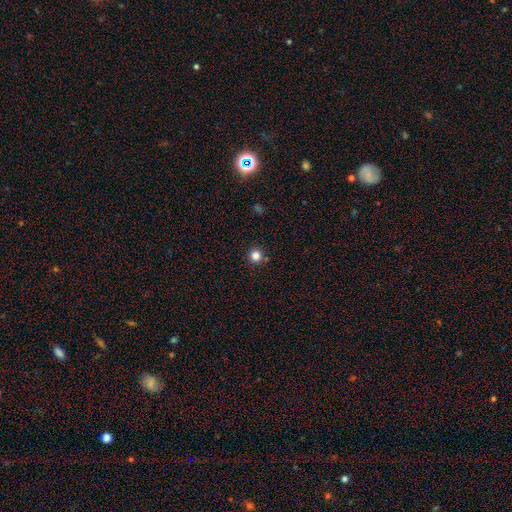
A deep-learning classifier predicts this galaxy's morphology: Smooth or featured? Predicted: smooth (p=0.83). How rounded? Predicted: round (p=0.95). Merging? Predicted: none (p=0.87).